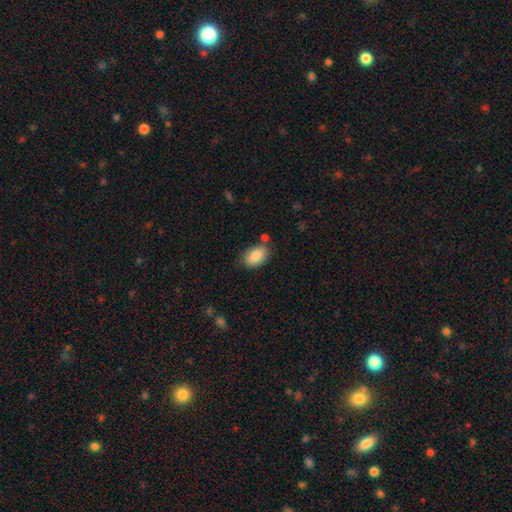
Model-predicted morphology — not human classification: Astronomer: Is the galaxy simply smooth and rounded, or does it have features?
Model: smooth — 86%.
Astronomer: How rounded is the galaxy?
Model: in between — 89%.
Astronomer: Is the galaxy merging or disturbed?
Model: none — 74%.